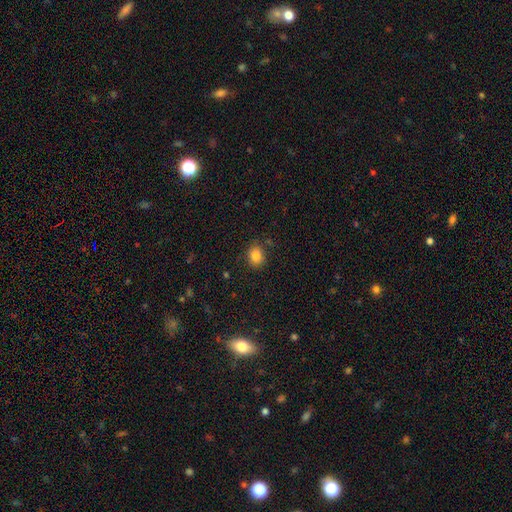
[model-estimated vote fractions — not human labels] Smooth or featured? Predicted: smooth (p=0.84). How rounded? Predicted: round (p=0.54). Merging? Predicted: none (p=0.82).